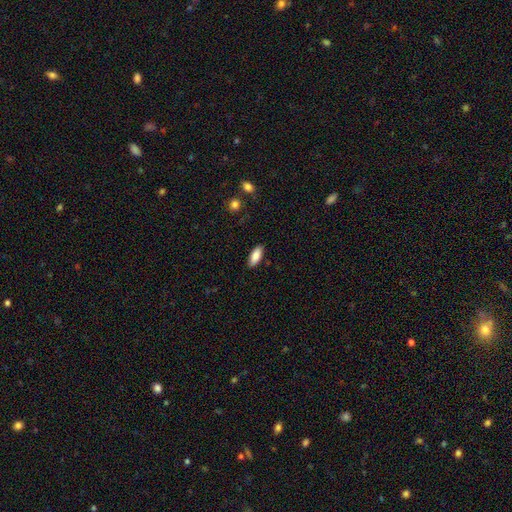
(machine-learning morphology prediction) Overall: smooth (85%). How rounded: in between (82%). Merging: none (88%).